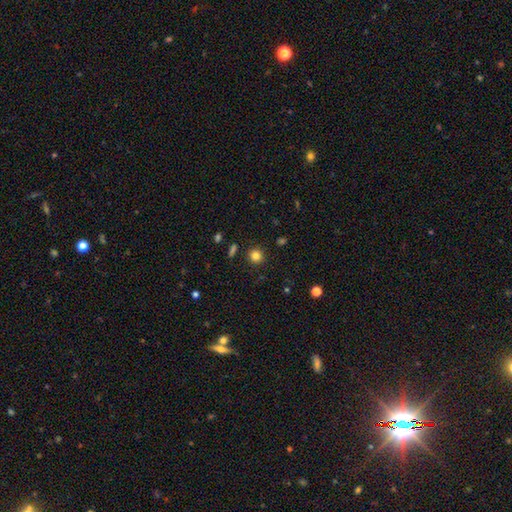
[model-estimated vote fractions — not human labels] Smooth or featured? smooth (82%)
How rounded? round (90%)
Merging? none (89%)